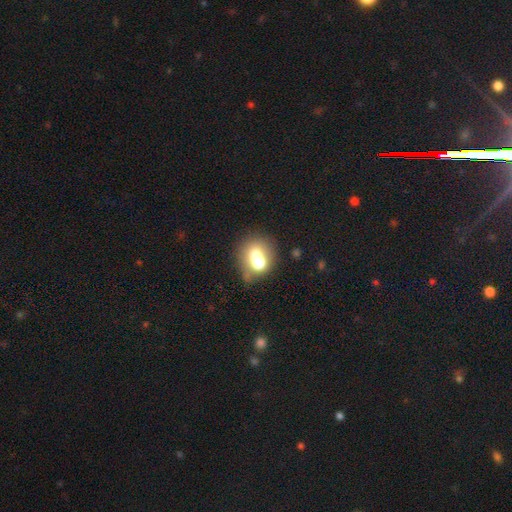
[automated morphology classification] A smooth galaxy with no disk features (63%) that is round (63%). Merging: merger (56%).